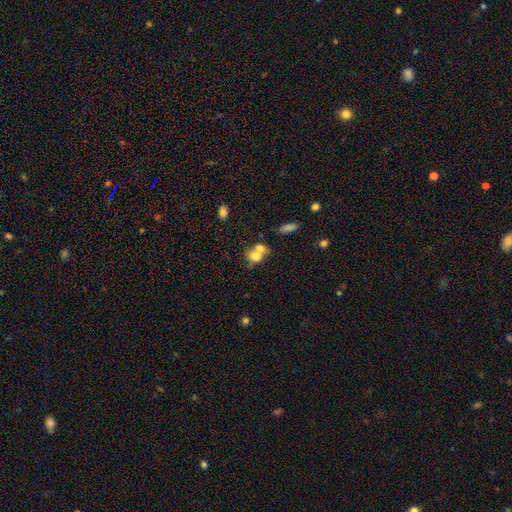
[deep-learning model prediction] Q: Smooth or featured?
A: smooth (72%); runner-up: featured or disk (17%)
Q: How rounded?
A: in between (51%); runner-up: round (48%)
Q: Merging?
A: merger (62%); runner-up: none (26%)